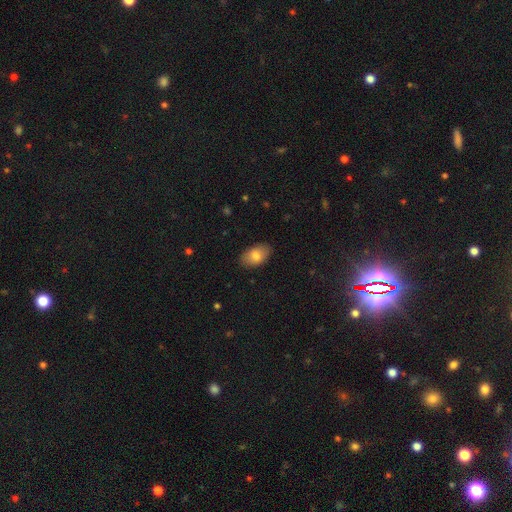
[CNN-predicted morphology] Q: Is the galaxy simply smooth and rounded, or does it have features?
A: smooth — 79%.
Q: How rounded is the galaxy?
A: in between — 91%.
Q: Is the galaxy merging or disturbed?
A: none — 86%.